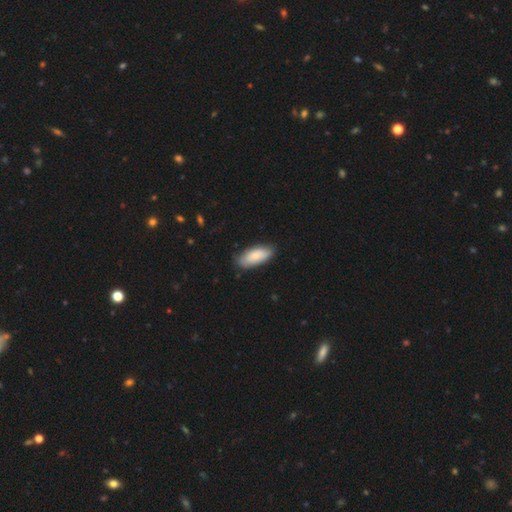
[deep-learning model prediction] A smooth galaxy with no disk features (76%) that is in between round and cigar-shaped (85%).

Vote fractions:
- Smooth or featured? smooth: 76% / featured or disk: 18% / star or artifact: 6%
- How rounded? in between: 85% / cigar-shaped: 13% / round: 2%
- Merging? none: 78% / minor disturbance: 18% / major disturbance: 3% / merger: 1%